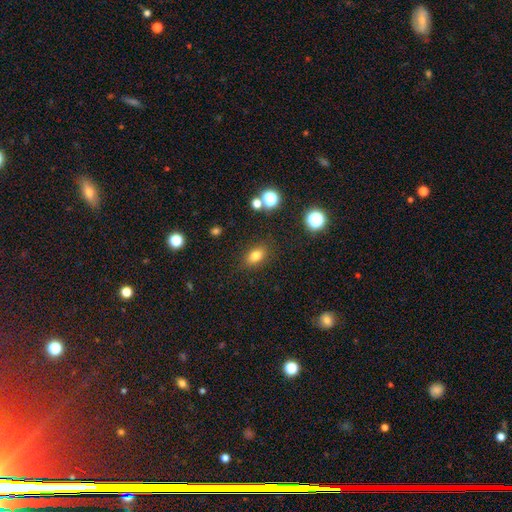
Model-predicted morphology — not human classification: Q: Smooth or featured?
A: smooth (79%); runner-up: star or artifact (13%)
Q: How rounded?
A: in between (79%); runner-up: round (18%)
Q: Merging?
A: none (85%); runner-up: minor disturbance (10%)